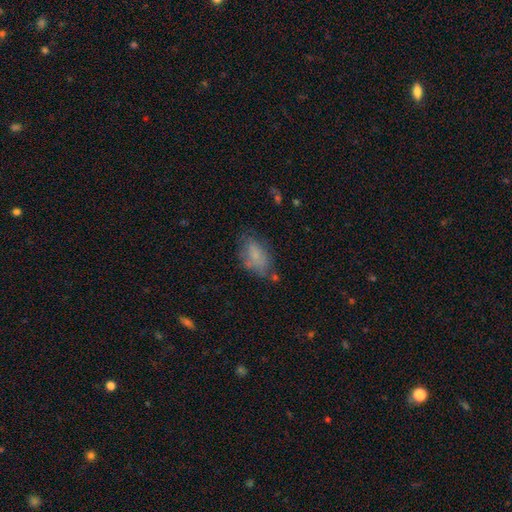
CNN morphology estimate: Smooth or featured: smooth — 70% (featured or disk — 20%)
How rounded: in between — 91% (round — 6%)
Merging: none — 53% (minor disturbance — 28%)